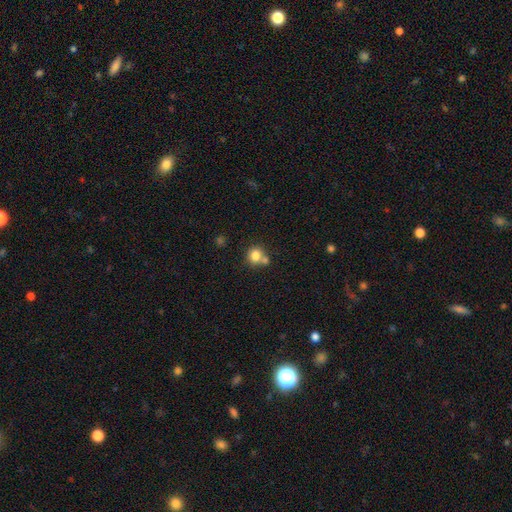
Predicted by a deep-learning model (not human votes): This is clearly a smooth galaxy (81%). How rounded: clearly round (82%). Merging: possibly none (52%).